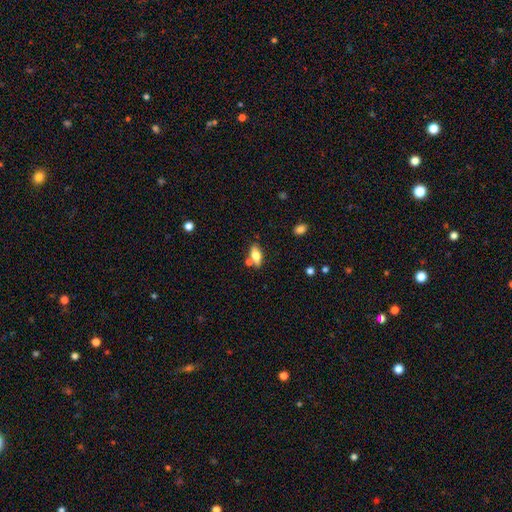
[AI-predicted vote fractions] This is likely a smooth galaxy (70%). How rounded: clearly in between (80%). Merging: likely none (69%).